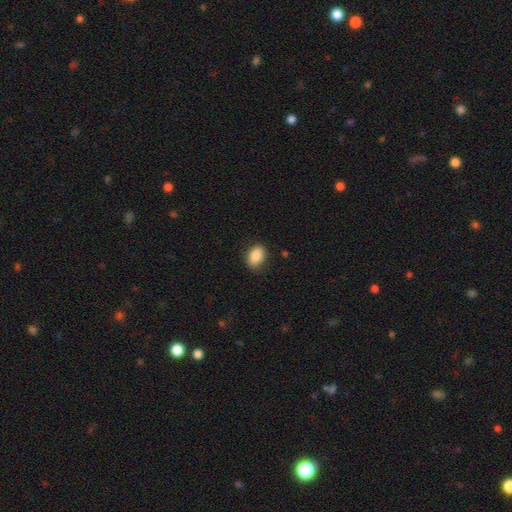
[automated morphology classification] smooth_or_featured: smooth (p=0.85) [alt: star or artifact p=0.08]
how_rounded: in between (p=0.77) [alt: round p=0.21]
merging: none (p=0.83) [alt: minor disturbance p=0.14]